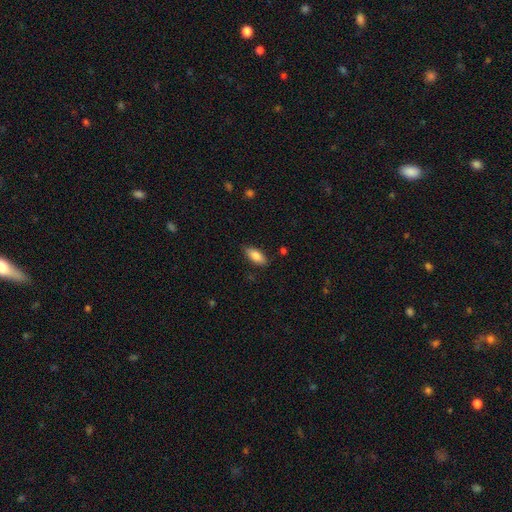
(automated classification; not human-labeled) Overall: smooth (84%). How rounded: in between (84%). Merging: none (84%).